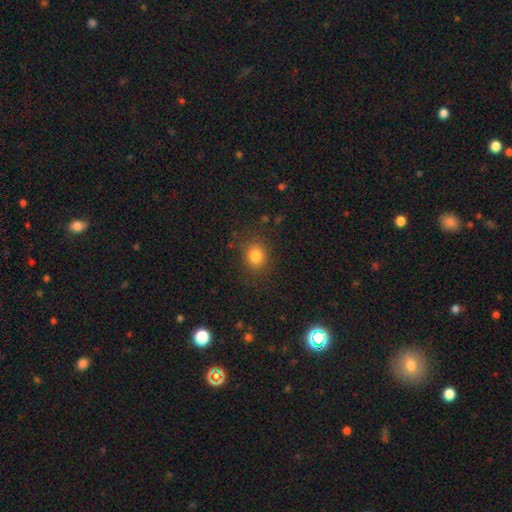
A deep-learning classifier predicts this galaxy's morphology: Smooth or featured: smooth — 82% (star or artifact — 12%)
How rounded: round — 73% (in between — 26%)
Merging: none — 83% (minor disturbance — 11%)